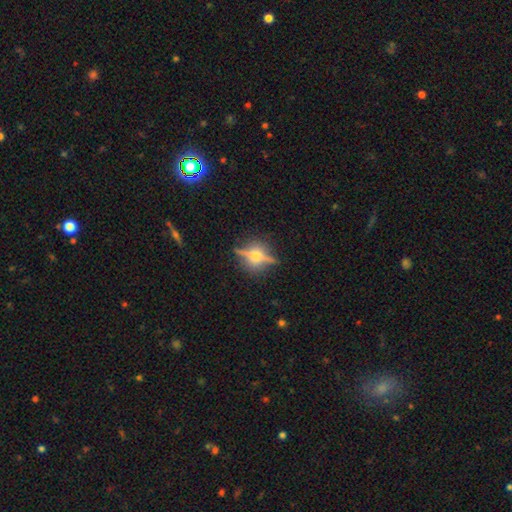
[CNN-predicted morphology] Smooth or featured? featured or disk (68%)
Edge-on disk? yes (88%)
Edge-on bulge? rounded (95%)
Merging? none (81%)